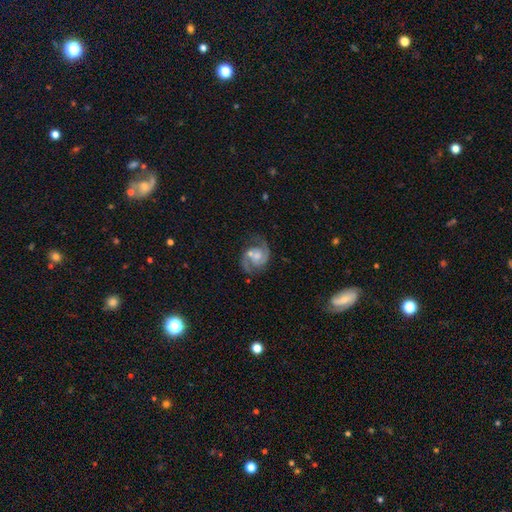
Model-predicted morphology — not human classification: Smooth or featured? Predicted: featured or disk (p=0.84). Edge-on disk? Predicted: no (p=0.98). Bar? Predicted: no (p=0.60). Spiral arms? Predicted: yes (p=0.96). Spiral winding? Predicted: medium (p=0.56). Spiral arm count? Predicted: 2 (p=0.89). Bulge size? Predicted: moderate (p=0.45). Merging? Predicted: none (p=0.58).